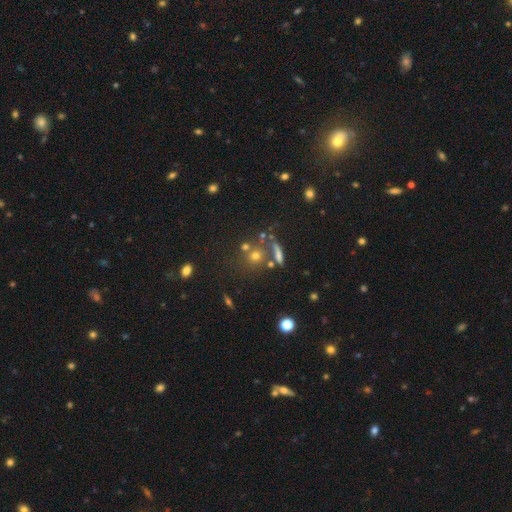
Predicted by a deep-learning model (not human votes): Smooth or featured? smooth (54%)
How rounded? round (82%)
Merging? none (59%)